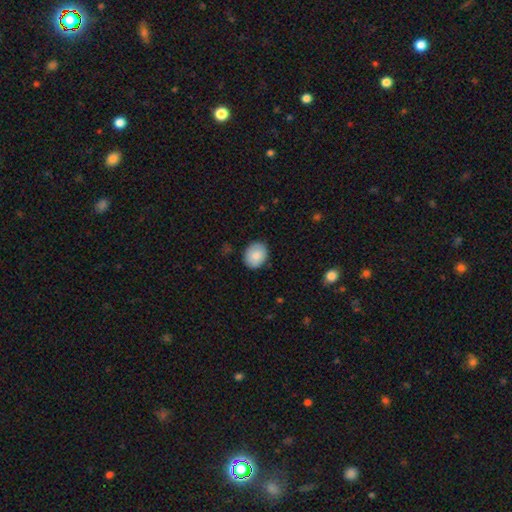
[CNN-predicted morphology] type=smooth (83%); roundness=in between (51%); merging=none (84%).